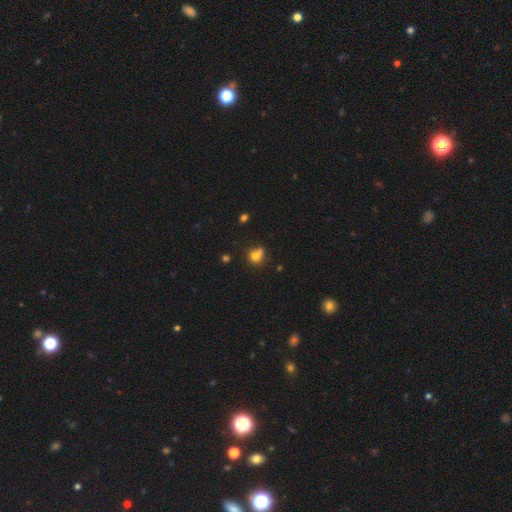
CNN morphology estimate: smooth_or_featured: smooth (p=0.75) [alt: star or artifact p=0.14]
how_rounded: round (p=0.65) [alt: in between p=0.33]
merging: none (p=0.46) [alt: minor disturbance p=0.24]